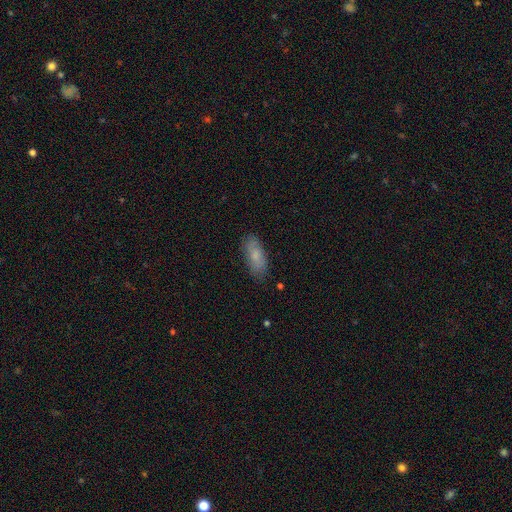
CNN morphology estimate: A smooth galaxy with no disk features (77%) that is in between round and cigar-shaped (77%). Merging: none (81%).